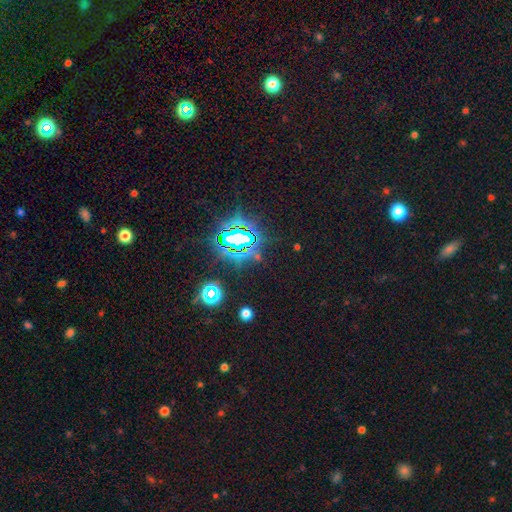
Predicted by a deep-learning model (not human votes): Morphology: type=star or artifact (81%).